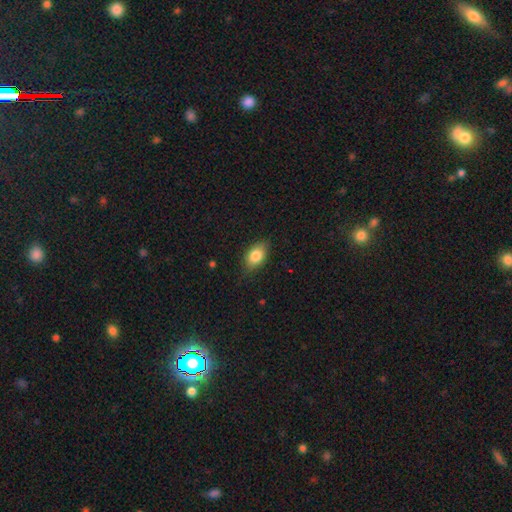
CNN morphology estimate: smooth 83%, featured or disk 10%, star or artifact 8%. Down the decision tree: how rounded — in between (87%); merging — none (79%).